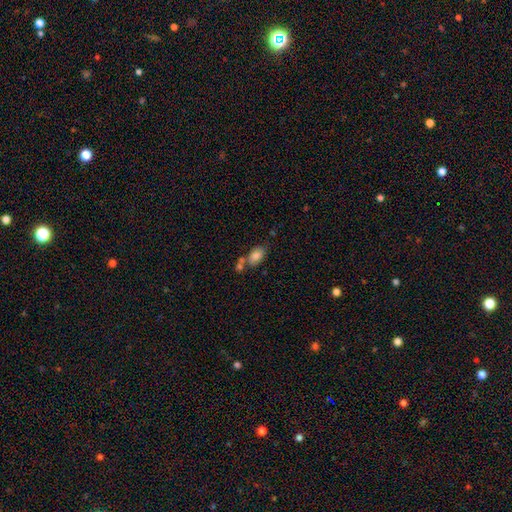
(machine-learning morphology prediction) smooth_or_featured: smooth (p=0.82) [alt: featured or disk p=0.09]
how_rounded: in between (p=0.89) [alt: round p=0.09]
merging: none (p=0.50) [alt: merger p=0.31]